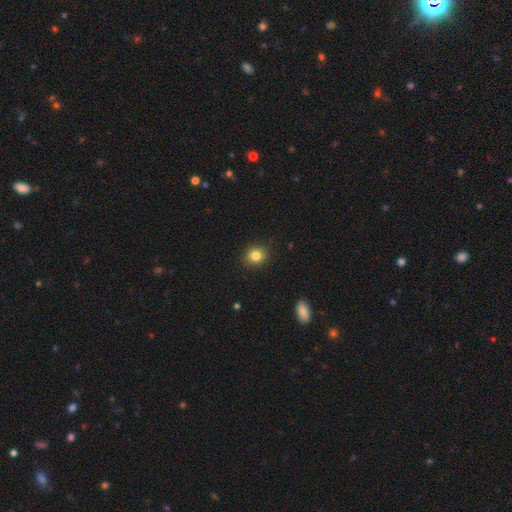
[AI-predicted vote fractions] smooth_or_featured: smooth (p=0.83) [alt: star or artifact p=0.10]
how_rounded: round (p=0.68) [alt: in between p=0.31]
merging: none (p=0.89) [alt: minor disturbance p=0.08]